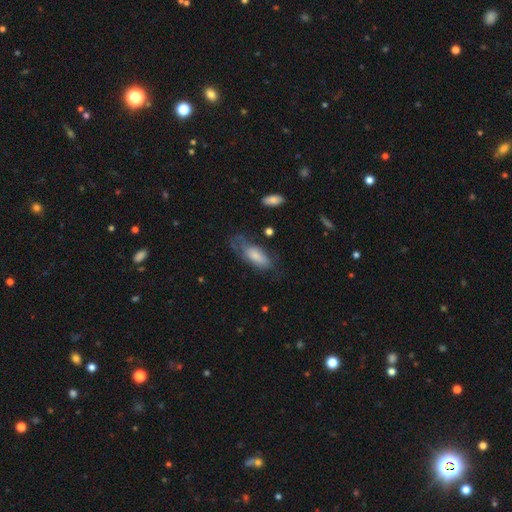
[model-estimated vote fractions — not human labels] This is likely a smooth galaxy (68%). How rounded: clearly in between (84%). Merging: marginally none (37%).